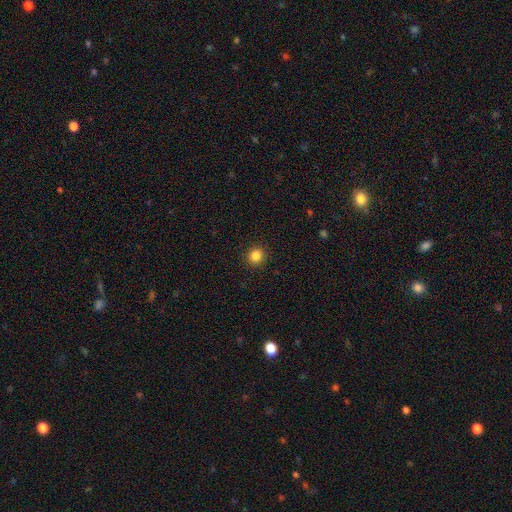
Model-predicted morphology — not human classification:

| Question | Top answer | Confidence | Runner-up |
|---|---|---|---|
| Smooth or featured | smooth | 84% | star or artifact (11%) |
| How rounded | round | 91% | in between (8%) |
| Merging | none | 92% | minor disturbance (5%) |